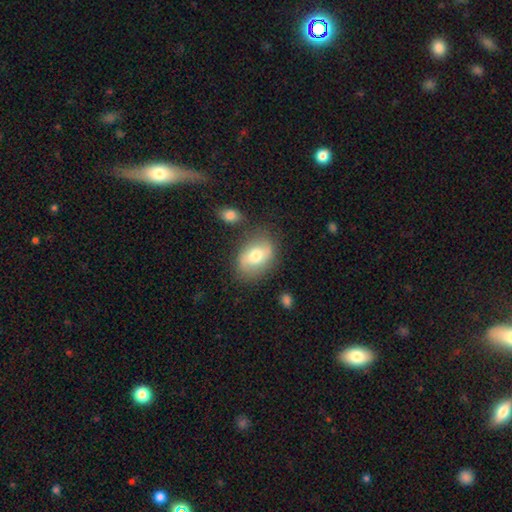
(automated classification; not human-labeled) Q: Smooth or featured?
A: smooth (56%); runner-up: featured or disk (37%)
Q: How rounded?
A: in between (78%); runner-up: round (21%)
Q: Merging?
A: none (71%); runner-up: minor disturbance (17%)